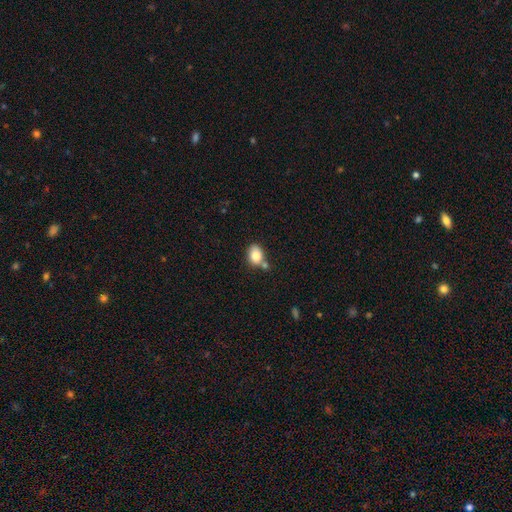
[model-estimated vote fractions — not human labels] Smooth or featured?
  - smooth: 85% *
  - star or artifact: 9%
  - featured or disk: 7%
How rounded?
  - in between: 70% *
  - round: 29%
  - cigar-shaped: 1%
Merging?
  - none: 53% *
  - merger: 24%
  - minor disturbance: 18%
  - major disturbance: 5%